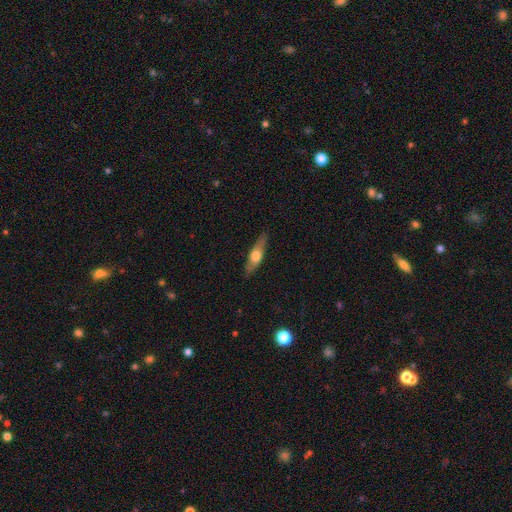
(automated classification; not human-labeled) Overall: featured or disk (48%; smooth 46%). Merging: none (83%).